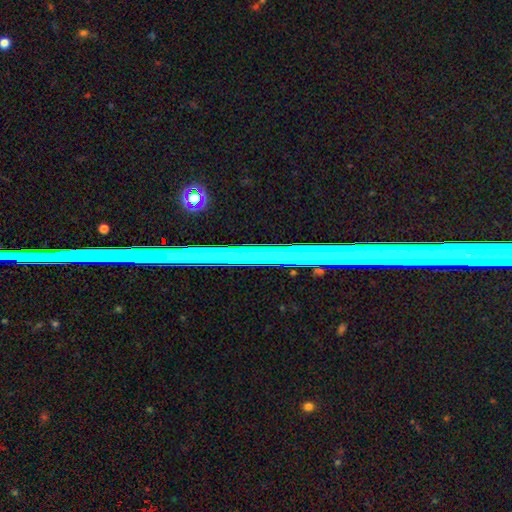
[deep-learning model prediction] smooth-or-featured: star or artifact: 72% | featured or disk: 18% | smooth: 10%